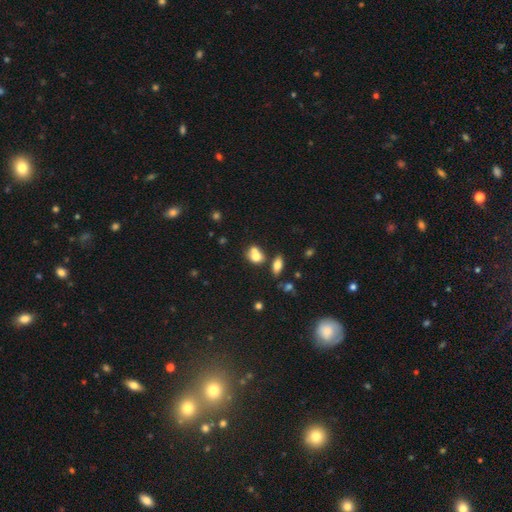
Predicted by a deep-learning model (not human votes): This appears to be a smooth galaxy with no disk features (74%) that is in between round and cigar-shaped (58%). Merging: merger (53%).